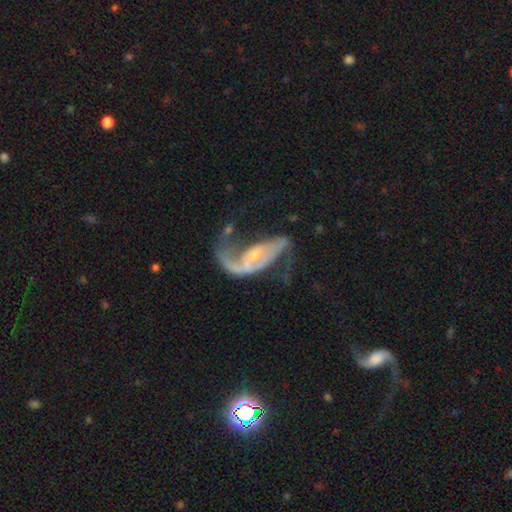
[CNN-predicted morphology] type=featured or disk (78%); edge-on=no (93%); bar=no (59%); spiral arms=yes (76%); winding=loose (59%); arm count=2 (48%); bulge=small (63%); merging=major disturbance (50%).